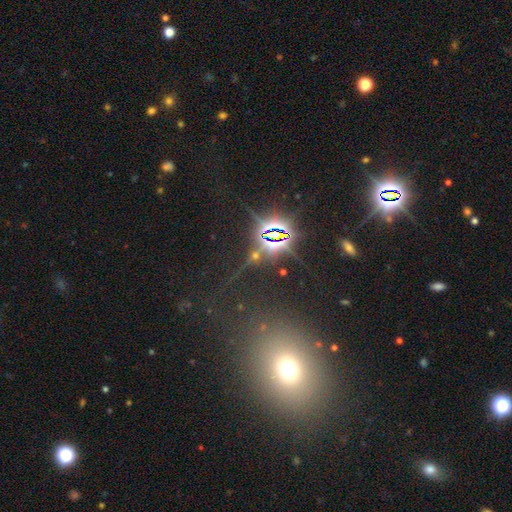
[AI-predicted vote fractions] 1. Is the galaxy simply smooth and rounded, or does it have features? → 79% star or artifact, 11% featured or disk, 10% smooth.